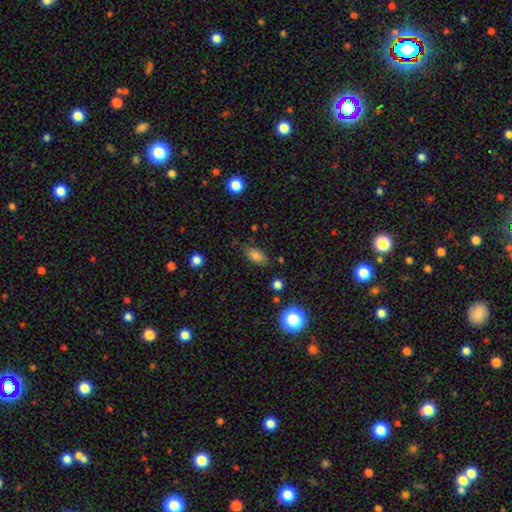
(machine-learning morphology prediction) Q: Smooth or featured?
A: smooth (81%); runner-up: star or artifact (11%)
Q: How rounded?
A: in between (86%); runner-up: round (7%)
Q: Merging?
A: none (74%); runner-up: minor disturbance (18%)